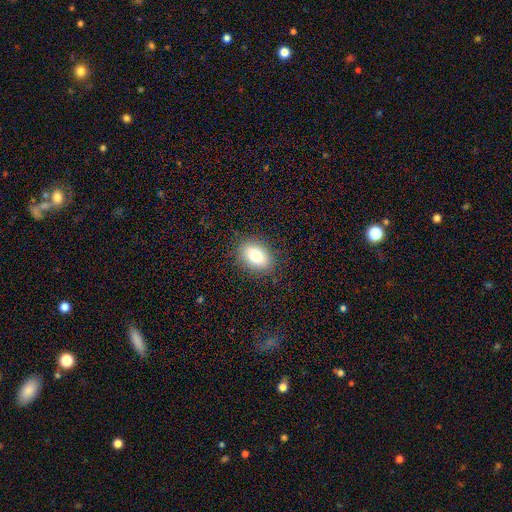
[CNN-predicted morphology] This is likely a smooth galaxy (79%). How rounded: likely in between (78%). Merging: clearly none (86%).